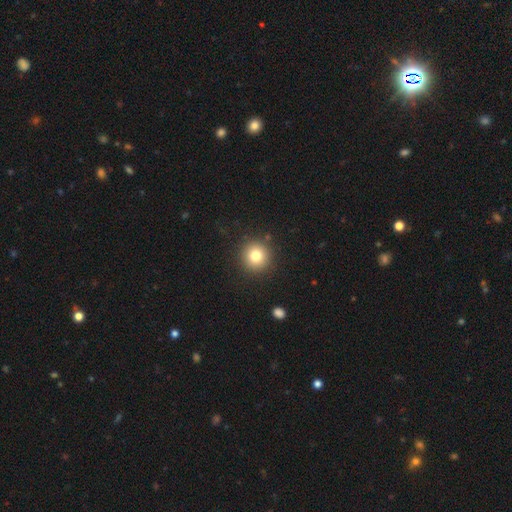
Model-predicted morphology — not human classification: smooth 79%, star or artifact 12%, featured or disk 9%. Down the decision tree: how rounded — round (95%); merging — none (90%).